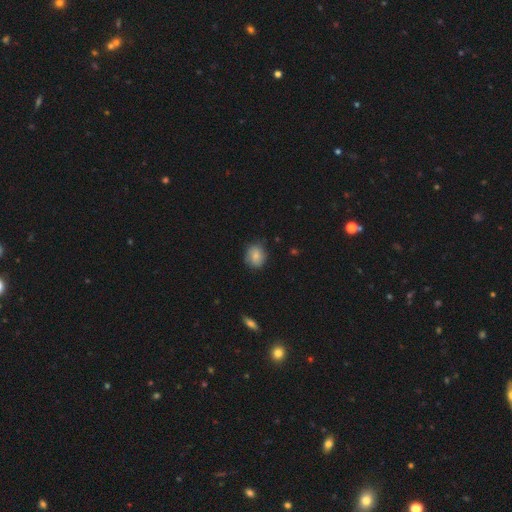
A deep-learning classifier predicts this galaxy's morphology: This appears to be a smooth galaxy with no disk features (82%) that is round (66%). Merging: none (77%).